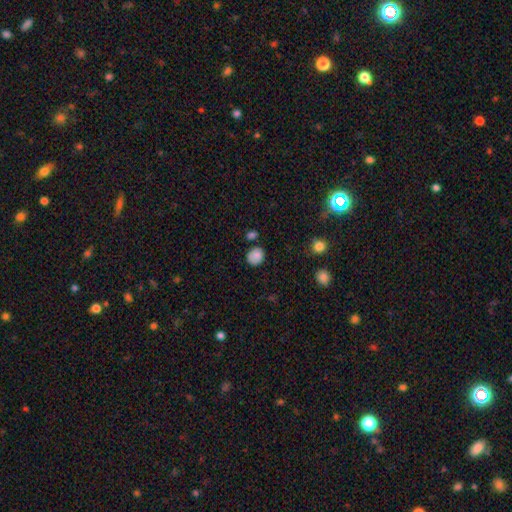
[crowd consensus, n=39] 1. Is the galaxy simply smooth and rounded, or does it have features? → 85% smooth, 10% star or artifact, 5% featured or disk.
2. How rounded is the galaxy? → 70% round, 30% in between, 0% cigar-shaped.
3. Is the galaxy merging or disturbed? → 86% none, 6% minor disturbance, 6% major disturbance, 3% merger.